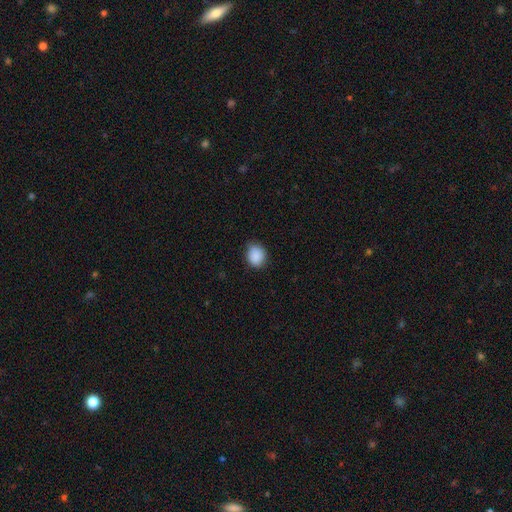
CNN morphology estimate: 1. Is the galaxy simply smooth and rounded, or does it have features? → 89% smooth, 8% star or artifact, 3% featured or disk.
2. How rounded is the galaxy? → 60% round, 39% in between, 1% cigar-shaped.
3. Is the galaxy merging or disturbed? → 80% none, 16% minor disturbance, 3% major disturbance, 1% merger.